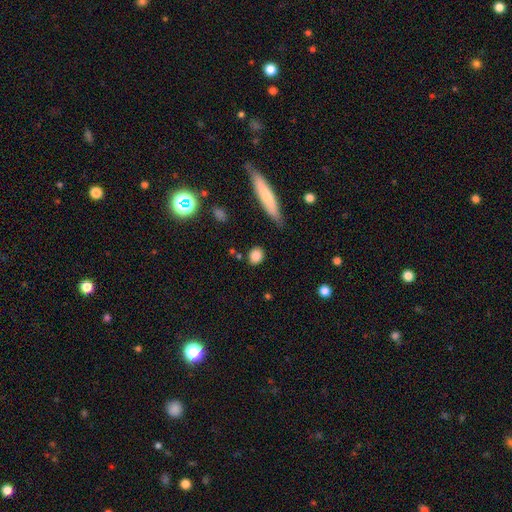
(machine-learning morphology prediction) A smooth galaxy with no disk features (85%) that is round (59%).

Vote fractions:
- Smooth or featured? smooth: 85% / star or artifact: 9% / featured or disk: 6%
- How rounded? round: 59% / in between: 36% / cigar-shaped: 5%
- Merging? none: 82% / minor disturbance: 11% / merger: 3% / major disturbance: 3%